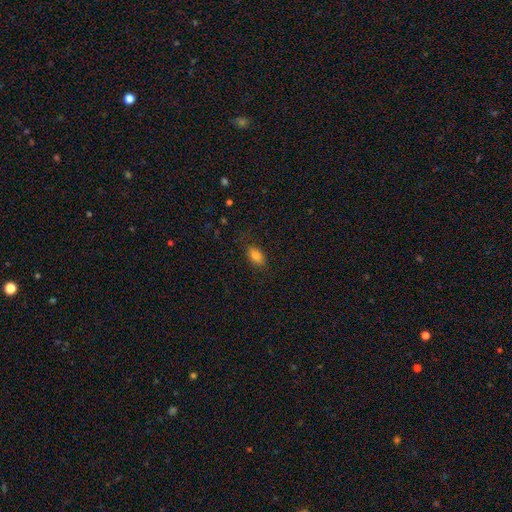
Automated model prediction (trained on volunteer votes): smooth 84%, star or artifact 9%, featured or disk 7%. Down the decision tree: how rounded — in between (89%); merging — none (83%).